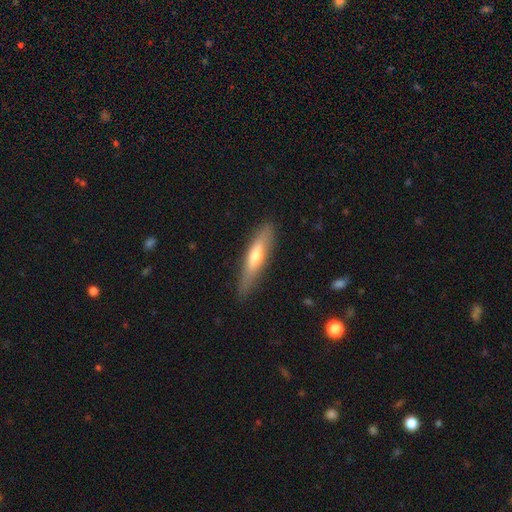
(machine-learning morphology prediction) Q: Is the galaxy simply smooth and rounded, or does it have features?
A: smooth — 53%.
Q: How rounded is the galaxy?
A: cigar-shaped — 84%.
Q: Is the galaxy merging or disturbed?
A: none — 82%.